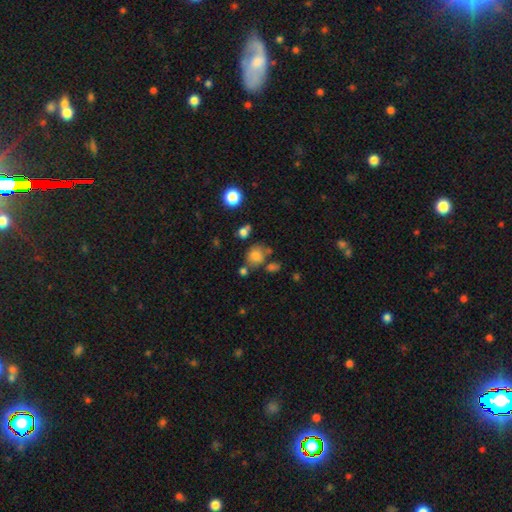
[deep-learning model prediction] Overall: smooth (76%). How rounded: round (61%; in between 38%). Merging: none (60%).